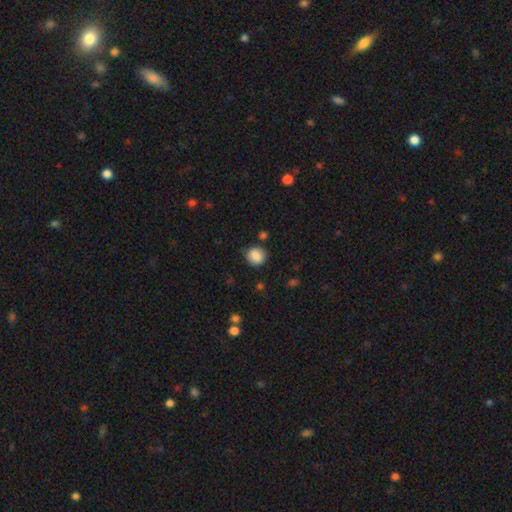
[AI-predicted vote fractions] Q: Smooth or featured?
A: smooth (86%); runner-up: star or artifact (9%)
Q: How rounded?
A: round (84%); runner-up: in between (15%)
Q: Merging?
A: none (79%); runner-up: minor disturbance (14%)